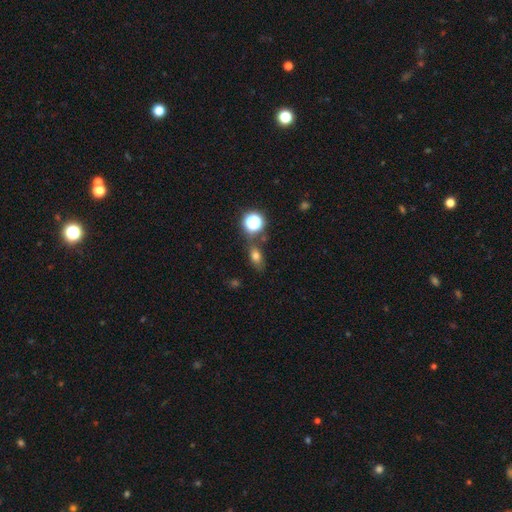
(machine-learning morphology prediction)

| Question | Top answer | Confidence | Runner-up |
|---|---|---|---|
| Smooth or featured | smooth | 70% | star or artifact (19%) |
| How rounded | in between | 73% | round (24%) |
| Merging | none | 71% | minor disturbance (15%) |